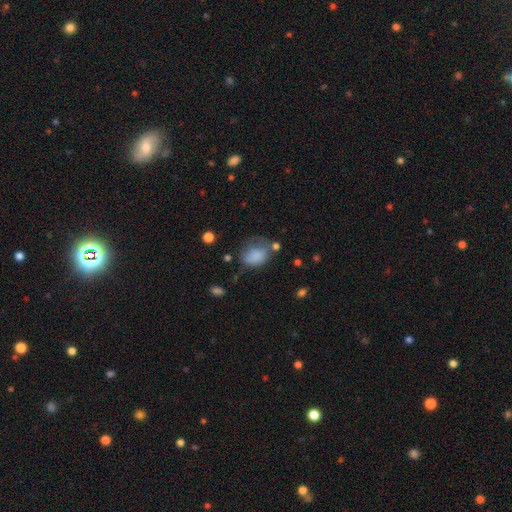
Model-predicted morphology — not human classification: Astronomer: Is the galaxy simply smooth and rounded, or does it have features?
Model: smooth — 78%.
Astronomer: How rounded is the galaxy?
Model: in between — 59% (runner-up: round, 40%).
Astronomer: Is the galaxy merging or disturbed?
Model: none — 37% (runner-up: minor disturbance, 33%).